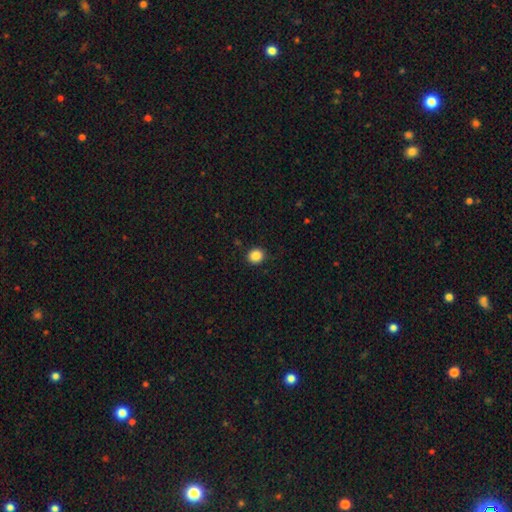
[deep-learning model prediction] A smooth galaxy with no disk features (87%) that is round (86%).

Vote fractions:
- Smooth or featured? smooth: 87% / star or artifact: 10% / featured or disk: 3%
- How rounded? round: 86% / in between: 13% / cigar-shaped: 1%
- Merging? none: 91% / minor disturbance: 6% / major disturbance: 2% / merger: 1%